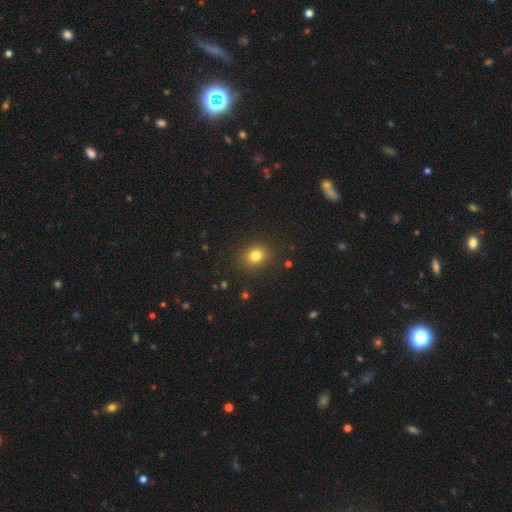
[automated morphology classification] smooth-or-featured: smooth: 80% | star or artifact: 13% | featured or disk: 7%
  how-rounded: round: 62% | in between: 37% | cigar-shaped: 1%
  merging: none: 88% | minor disturbance: 8% | major disturbance: 3% | merger: 1%